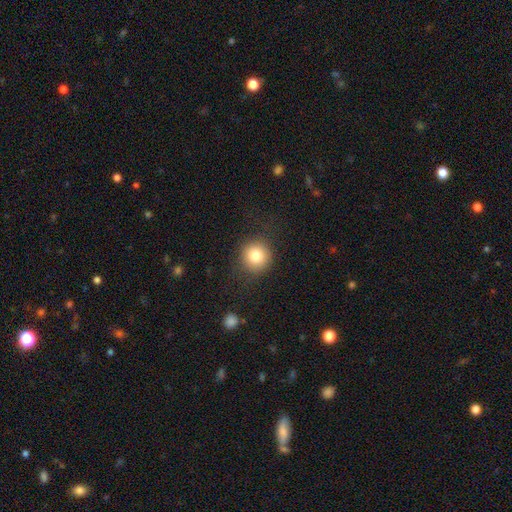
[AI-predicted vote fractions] Smooth or featured? Predicted: smooth (p=0.80). How rounded? Predicted: round (p=0.92). Merging? Predicted: none (p=0.85).